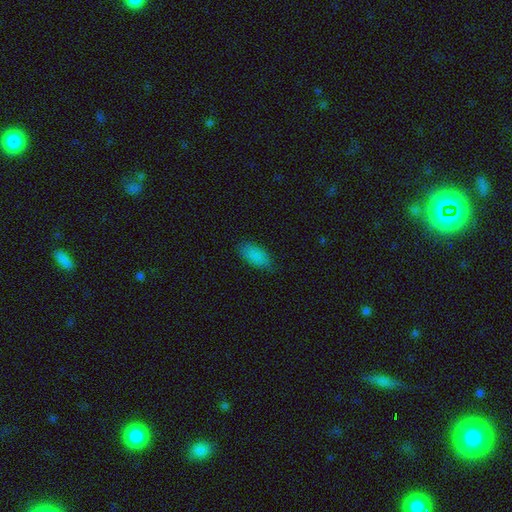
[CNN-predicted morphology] Smooth or featured? Predicted: smooth (p=0.87). How rounded? Predicted: in between (p=0.92). Merging? Predicted: none (p=0.79).